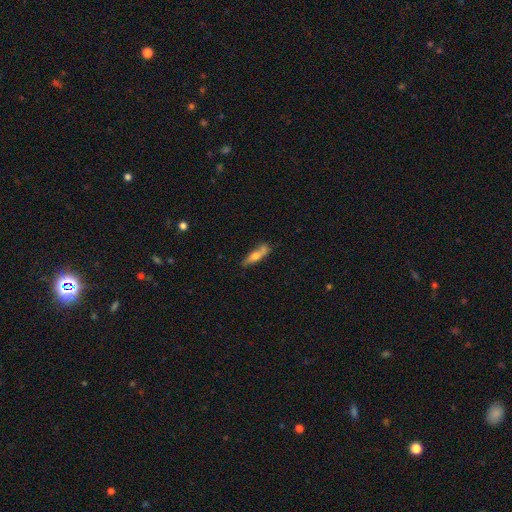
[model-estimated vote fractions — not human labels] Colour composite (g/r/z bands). It shows a smooth galaxy with no disk features (55%) that is cigar-shaped (71%). Merging: none (60%).